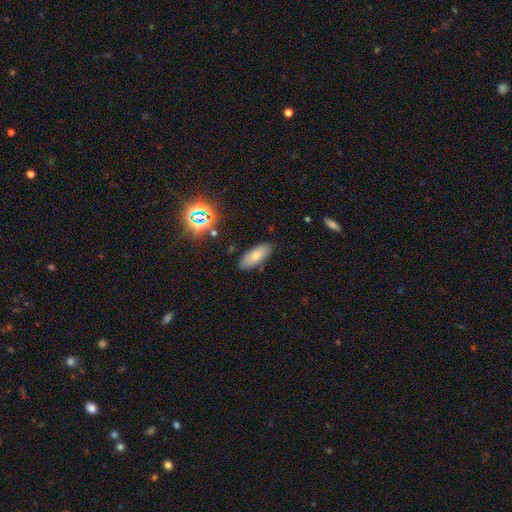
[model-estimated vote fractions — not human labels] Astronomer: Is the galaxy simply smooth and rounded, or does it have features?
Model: smooth — 71%.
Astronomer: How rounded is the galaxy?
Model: in between — 81%.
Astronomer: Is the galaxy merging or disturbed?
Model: none — 84%.